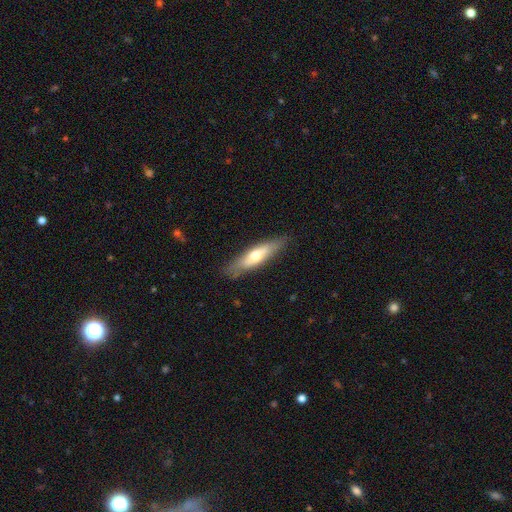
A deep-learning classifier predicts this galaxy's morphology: Smooth or featured?
  - smooth: 50% *
  - featured or disk: 44%
  - star or artifact: 6%
How rounded?
  - cigar-shaped: 68% *
  - in between: 30%
  - round: 2%
Merging?
  - none: 84% *
  - minor disturbance: 12%
  - major disturbance: 3%
  - merger: 1%